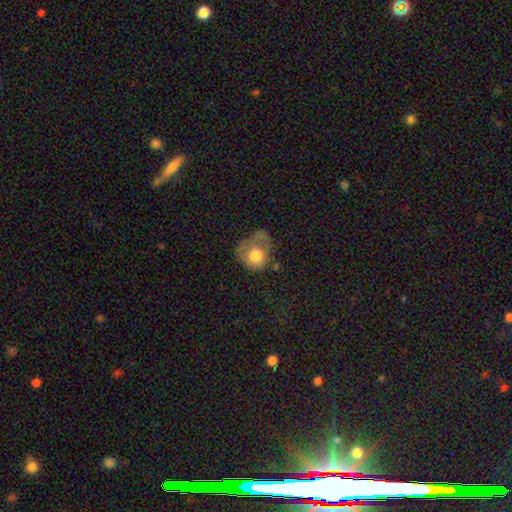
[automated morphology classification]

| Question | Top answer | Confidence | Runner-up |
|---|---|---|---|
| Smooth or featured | smooth | 63% | featured or disk (29%) |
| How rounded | round | 64% | in between (35%) |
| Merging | major disturbance | 45% | minor disturbance (26%) |